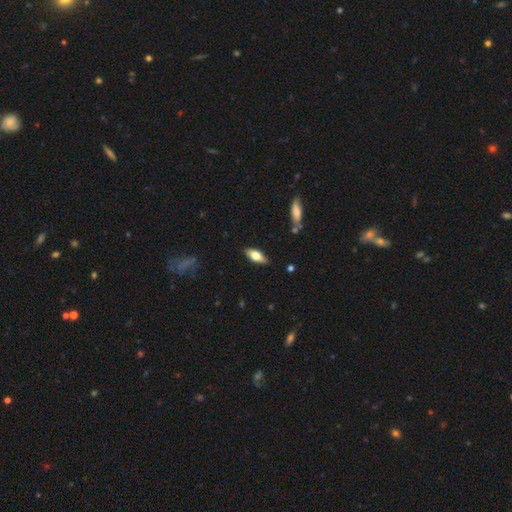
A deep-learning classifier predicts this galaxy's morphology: Overall: smooth (60%; featured or disk 34%). How rounded: in between (76%). Merging: none (85%).